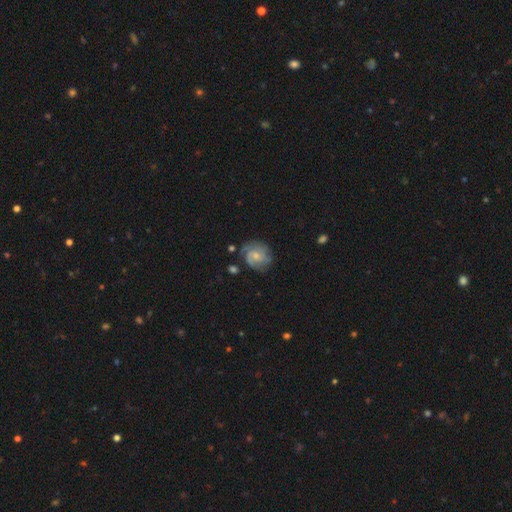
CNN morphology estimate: Overall: featured or disk (75%). Edge-on disk: no (98%). Bar: no (61%; weak 34%). Spiral arms: yes (94%). Spiral arm count: 2 (34%; 3 27%). Spiral winding: tight (53%; medium 36%). Bulge size: small (56%; moderate 36%). Merging: none (69%).